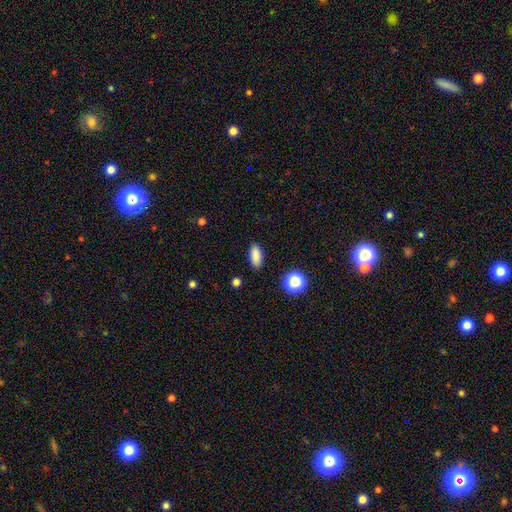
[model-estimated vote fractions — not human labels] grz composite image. It shows a smooth galaxy with no disk features (86%) that is in between round and cigar-shaped (85%). Merging: none (88%).